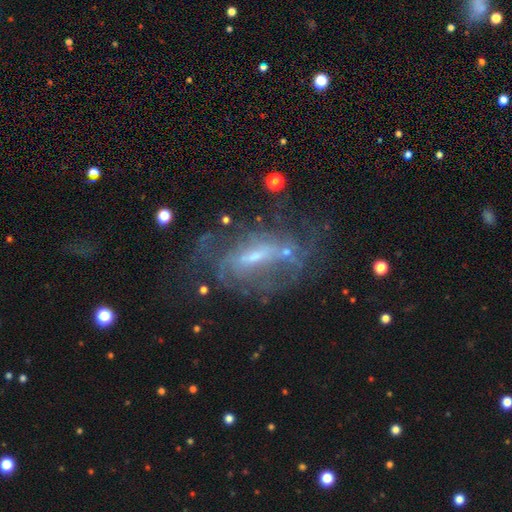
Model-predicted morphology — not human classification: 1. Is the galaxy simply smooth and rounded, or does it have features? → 74% featured or disk, 15% smooth, 11% star or artifact.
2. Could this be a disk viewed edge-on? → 90% no, 10% yes.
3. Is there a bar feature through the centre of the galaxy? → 45% weak, 29% strong, 26% no.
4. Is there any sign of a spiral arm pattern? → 67% yes, 33% no.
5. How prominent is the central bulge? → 53% small, 31% moderate, 11% none, 4% large, 1% dominant.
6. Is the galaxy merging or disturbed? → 49% none, 25% major disturbance, 20% minor disturbance, 5% merger.